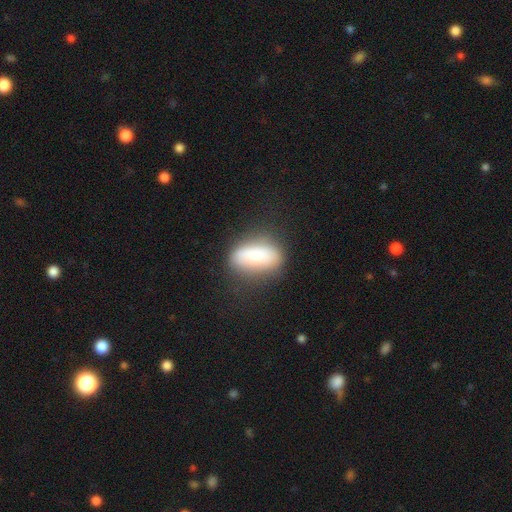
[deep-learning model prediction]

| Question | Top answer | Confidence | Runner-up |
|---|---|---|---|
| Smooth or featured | smooth | 73% | featured or disk (19%) |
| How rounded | in between | 80% | cigar-shaped (12%) |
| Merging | none | 66% | minor disturbance (22%) |